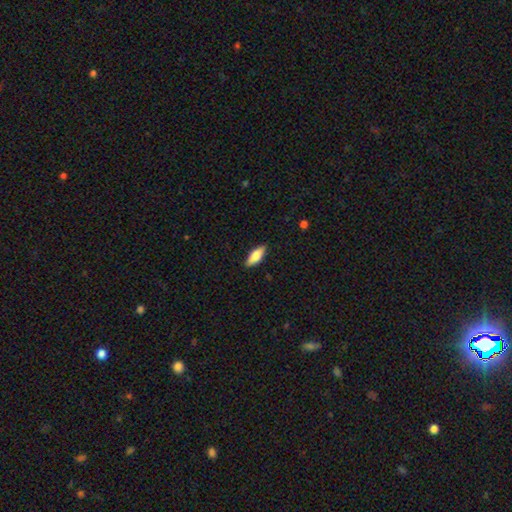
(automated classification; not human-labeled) Smooth or featured? Predicted: smooth (p=0.70). How rounded? Predicted: in between (p=0.68). Merging? Predicted: none (p=0.88).